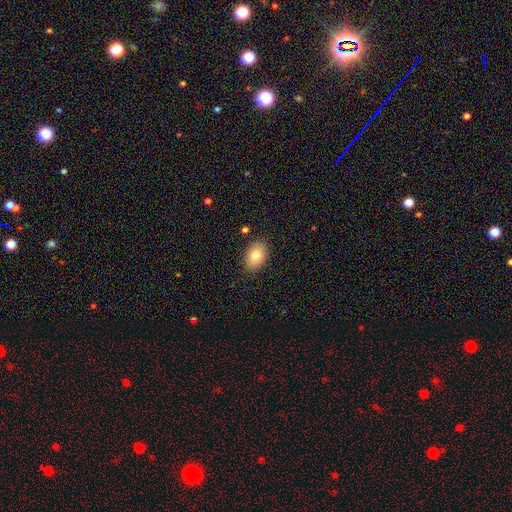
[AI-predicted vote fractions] Smooth or featured: smooth — 79% (featured or disk — 13%)
How rounded: in between — 87% (round — 12%)
Merging: none — 86% (minor disturbance — 10%)